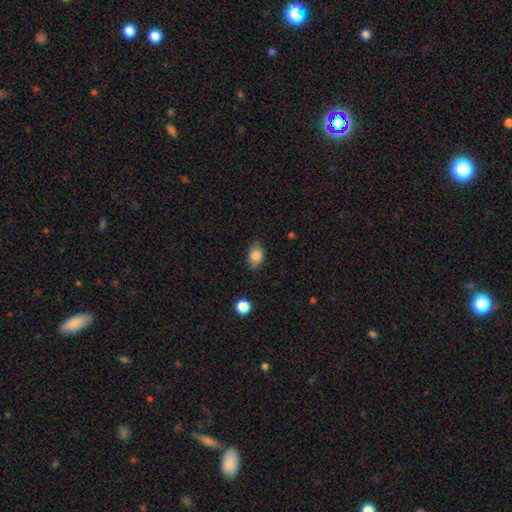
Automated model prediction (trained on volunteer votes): smooth_or_featured: smooth (p=0.84) [alt: star or artifact p=0.09]
how_rounded: in between (p=0.78) [alt: round p=0.21]
merging: none (p=0.76) [alt: minor disturbance p=0.18]